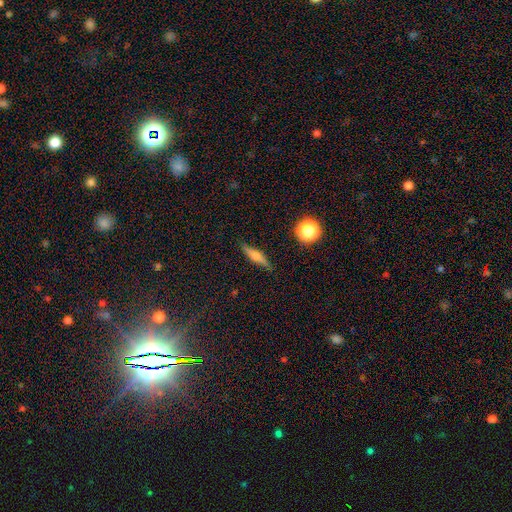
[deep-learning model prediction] Smooth or featured?
  - featured or disk: 58% *
  - smooth: 33%
  - star or artifact: 9%
Edge-on disk?
  - yes: 94% *
  - no: 6%
Edge-on bulge?
  - rounded: 86% *
  - boxy: 8%
  - none: 6%
Merging?
  - none: 86% *
  - minor disturbance: 10%
  - major disturbance: 2%
  - merger: 1%